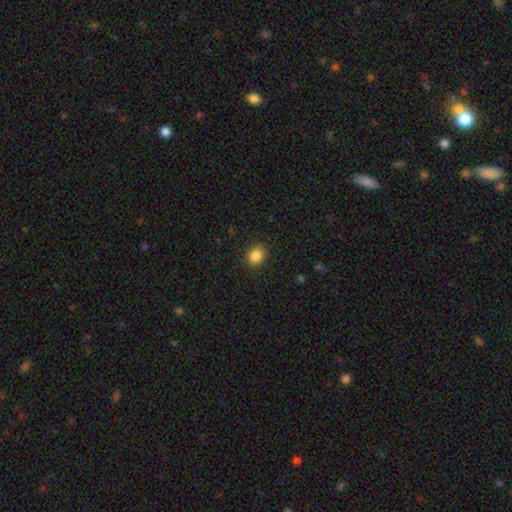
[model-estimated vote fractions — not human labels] Smooth or featured? smooth (86%)
How rounded? round (73%)
Merging? none (89%)